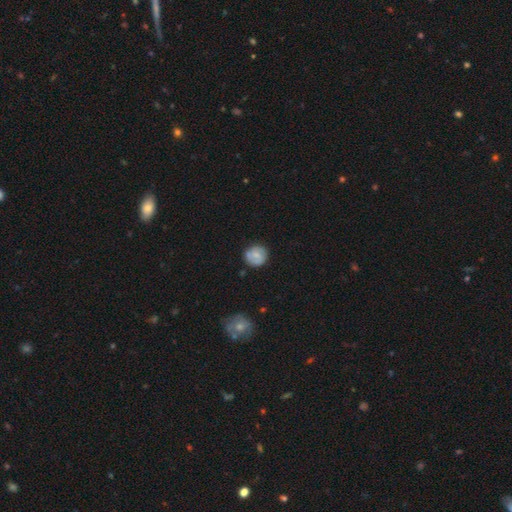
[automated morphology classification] type=smooth (62%); roundness=round (89%); merging=none (78%).